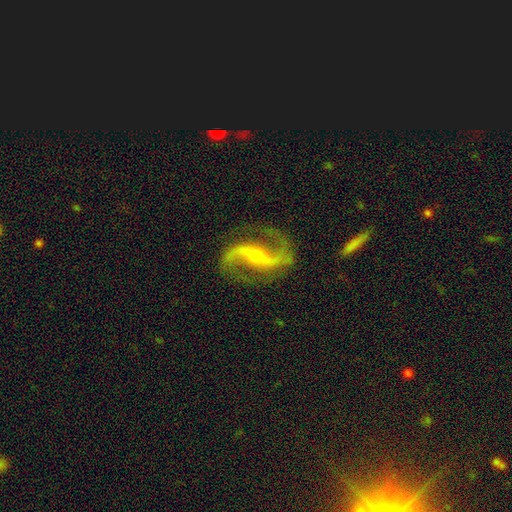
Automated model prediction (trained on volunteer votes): Overall: featured or disk (92%). Edge-on disk: no (97%). Bar: strong (38%; weak 36%). Spiral arms: yes (98%). Spiral arm count: 2 (94%). Spiral winding: loose (52%; medium 40%). Bulge size: small (56%; moderate 39%). Merging: none (80%).